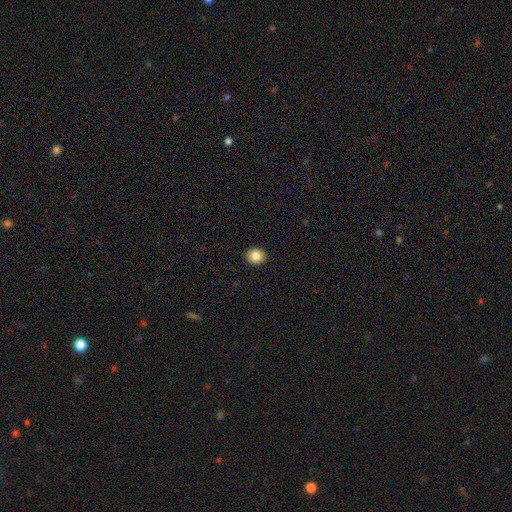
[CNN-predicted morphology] This appears to be a smooth galaxy with no disk features (84%) that is round (85%). Merging: none (92%).